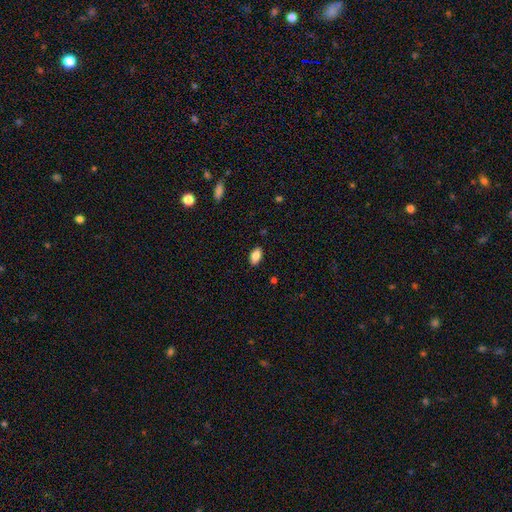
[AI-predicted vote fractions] Smooth or featured?
  - smooth: 85% *
  - featured or disk: 8%
  - star or artifact: 7%
How rounded?
  - in between: 92% *
  - cigar-shaped: 4%
  - round: 4%
Merging?
  - none: 88% *
  - minor disturbance: 9%
  - major disturbance: 2%
  - merger: 1%